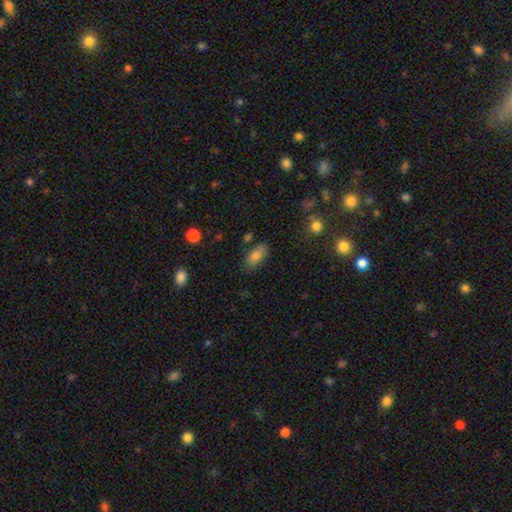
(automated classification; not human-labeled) This appears to be a smooth galaxy with no disk features (81%) that is in between round and cigar-shaped (89%). Merging: none (75%).